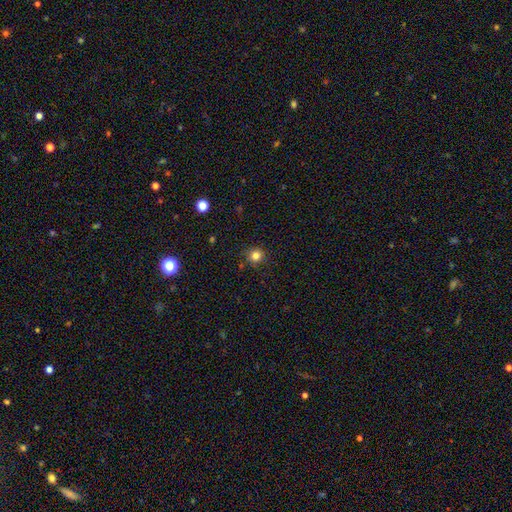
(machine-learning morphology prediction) Overall: smooth (82%). How rounded: round (92%). Merging: none (87%).